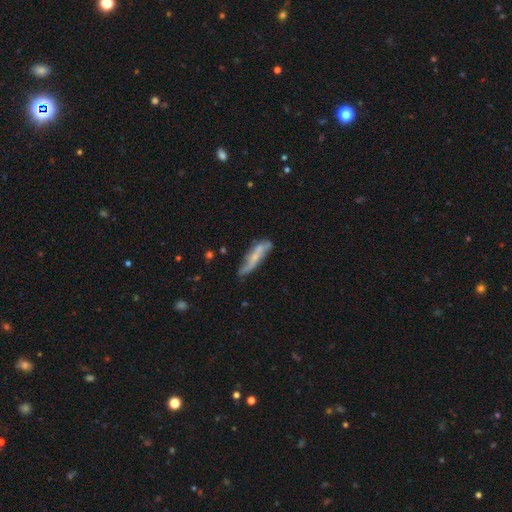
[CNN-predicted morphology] The model was most divided on "smooth or featured": featured or disk: 51%, smooth: 42%, star or artifact: 7%. More confident: edge-on disk — no (55%); merging — none (52%).